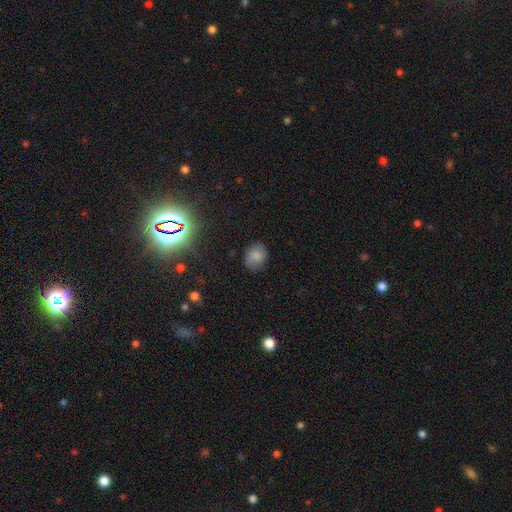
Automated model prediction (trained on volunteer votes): A smooth galaxy with no disk features (80%) that is round (50%). Merging: none (82%).